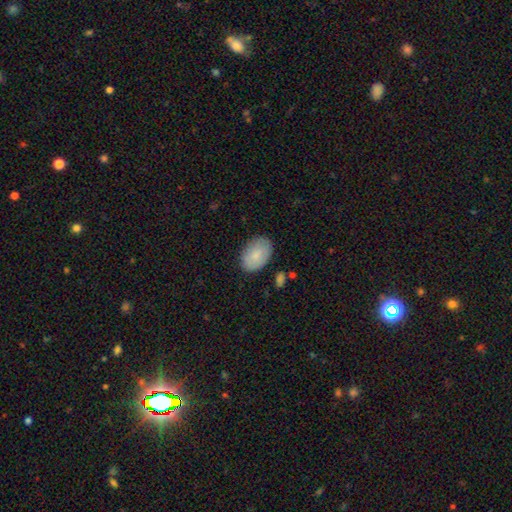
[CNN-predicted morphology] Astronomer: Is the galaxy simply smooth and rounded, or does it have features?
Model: smooth — 84%.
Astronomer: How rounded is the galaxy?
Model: in between — 88%.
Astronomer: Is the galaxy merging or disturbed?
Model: none — 83%.